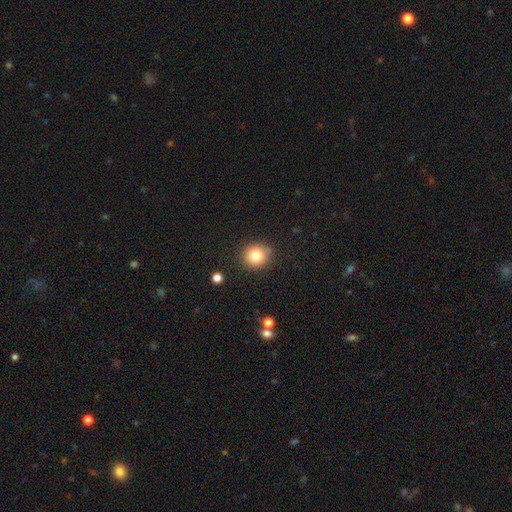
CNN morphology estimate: Smooth or featured? Predicted: smooth (p=0.80). How rounded? Predicted: round (p=0.83). Merging? Predicted: none (p=0.86).